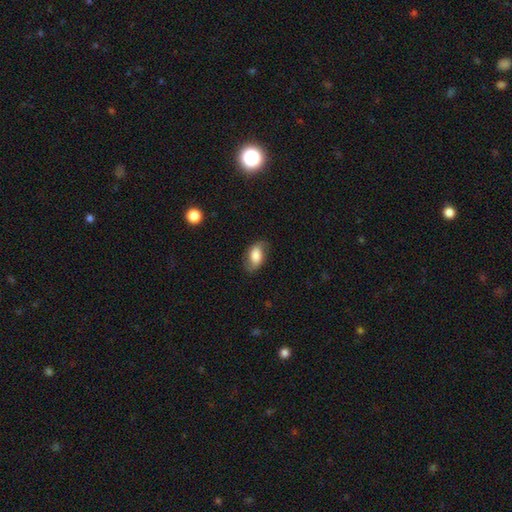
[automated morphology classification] Smooth or featured: smooth — 61% (featured or disk — 31%)
How rounded: in between — 89% (round — 8%)
Merging: none — 73% (minor disturbance — 19%)